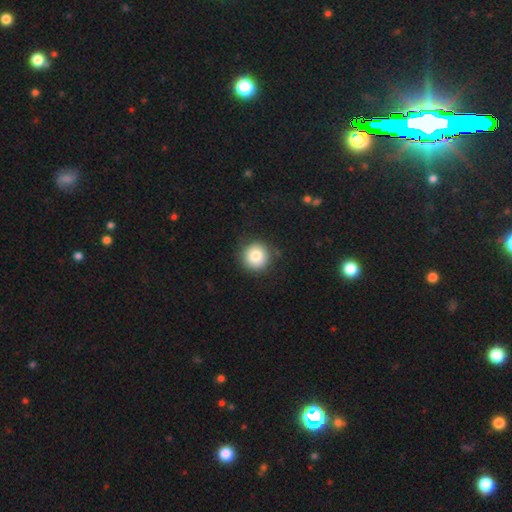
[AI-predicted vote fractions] Q: Smooth or featured?
A: smooth (81%); runner-up: featured or disk (10%)
Q: How rounded?
A: round (94%); runner-up: in between (5%)
Q: Merging?
A: none (83%); runner-up: minor disturbance (11%)